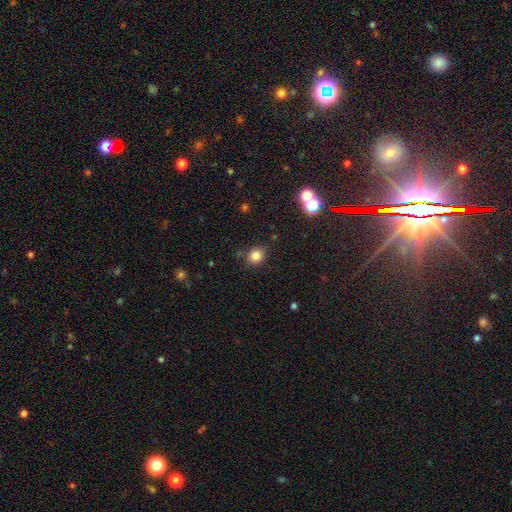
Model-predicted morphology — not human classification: Q: Smooth or featured?
A: smooth (82%); runner-up: star or artifact (12%)
Q: How rounded?
A: round (77%); runner-up: in between (22%)
Q: Merging?
A: none (83%); runner-up: minor disturbance (11%)